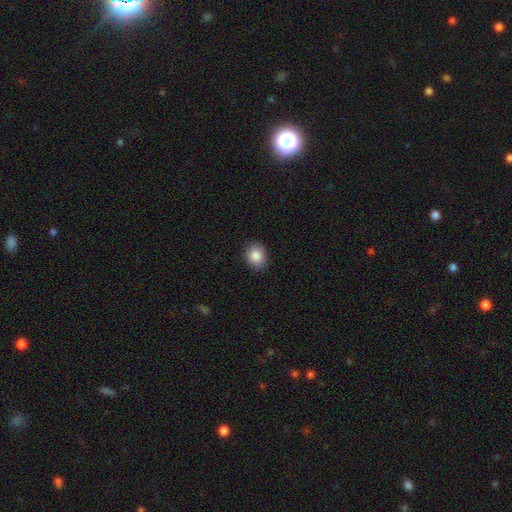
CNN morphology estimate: This is clearly a smooth galaxy (86%). How rounded: possibly in between (55%). Merging: clearly none (88%).